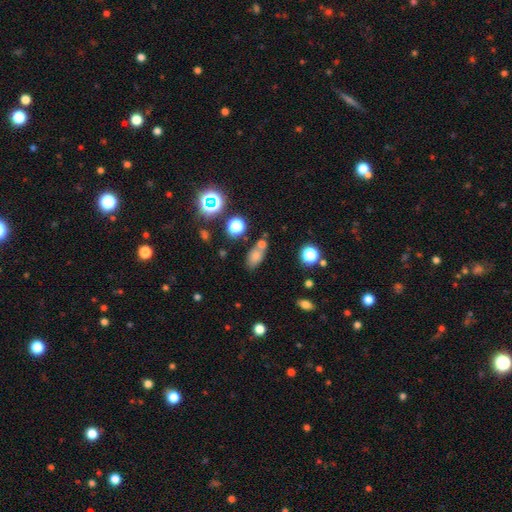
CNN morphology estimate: Smooth or featured? Predicted: smooth (p=0.70). How rounded? Predicted: in between (p=0.81). Merging? Predicted: none (p=0.55).